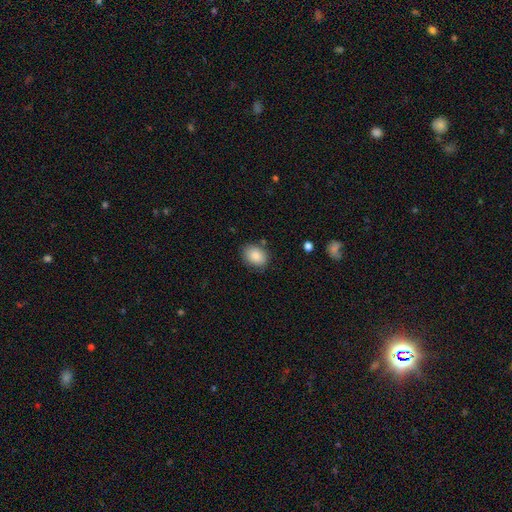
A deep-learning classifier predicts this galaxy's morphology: Smooth or featured? Predicted: smooth (p=0.86). How rounded? Predicted: in between (p=0.65). Merging? Predicted: none (p=0.79).